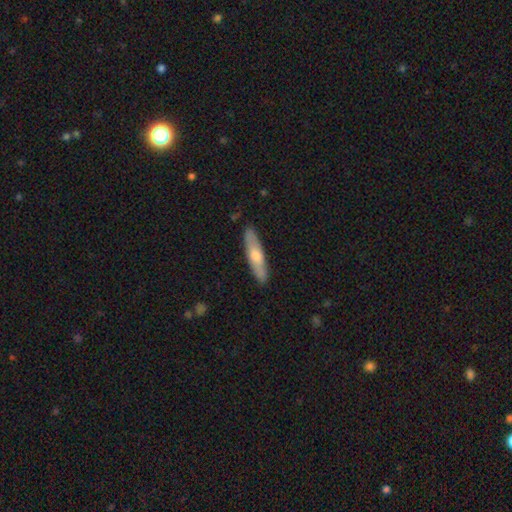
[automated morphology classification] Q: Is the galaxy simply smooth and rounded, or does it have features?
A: smooth — 57%.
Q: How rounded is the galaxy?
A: cigar-shaped — 78%.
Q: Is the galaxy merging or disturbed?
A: none — 88%.